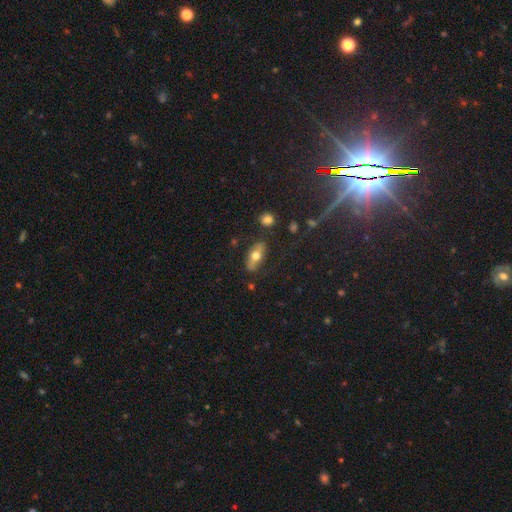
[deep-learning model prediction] A smooth galaxy with no disk features (58%) that is in between round and cigar-shaped (79%). Merging: none (80%).